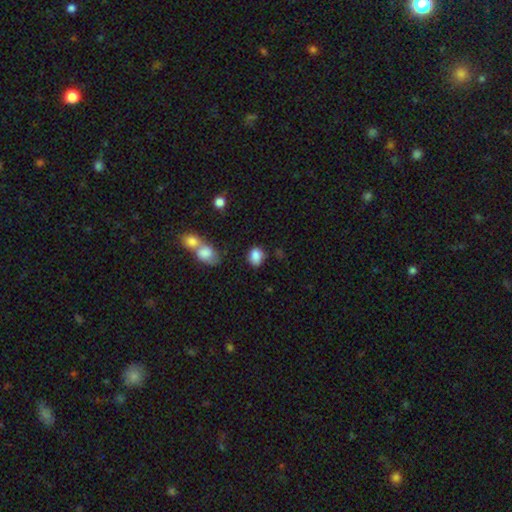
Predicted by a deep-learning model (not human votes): Smooth or featured? smooth (85%)
How rounded? in between (67%)
Merging? none (65%)